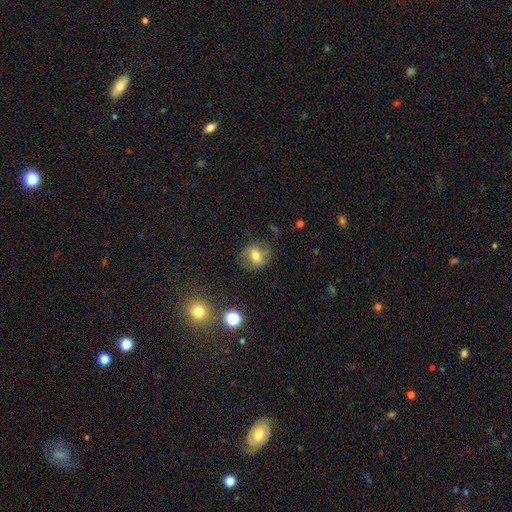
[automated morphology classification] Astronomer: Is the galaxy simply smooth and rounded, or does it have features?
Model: smooth — 56%.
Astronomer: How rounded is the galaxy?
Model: round — 70%.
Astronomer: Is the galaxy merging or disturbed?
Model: none — 72%.